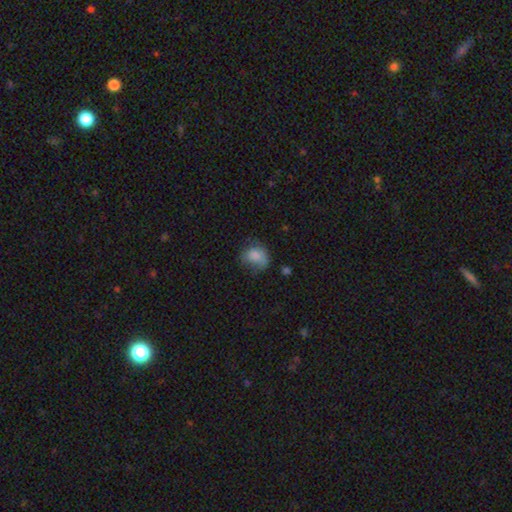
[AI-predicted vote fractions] Smooth or featured? Predicted: smooth (p=0.76). How rounded? Predicted: in between (p=0.53). Merging? Predicted: none (p=0.41).